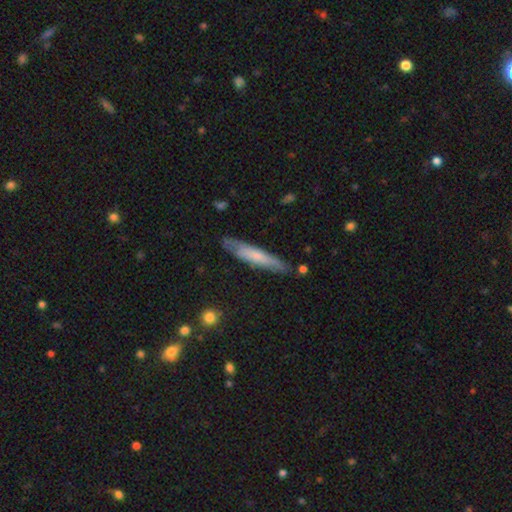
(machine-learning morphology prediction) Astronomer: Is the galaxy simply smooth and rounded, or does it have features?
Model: smooth — 58% (runner-up: featured or disk, 36%).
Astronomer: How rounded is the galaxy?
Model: cigar-shaped — 90%.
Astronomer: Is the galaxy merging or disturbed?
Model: none — 79%.